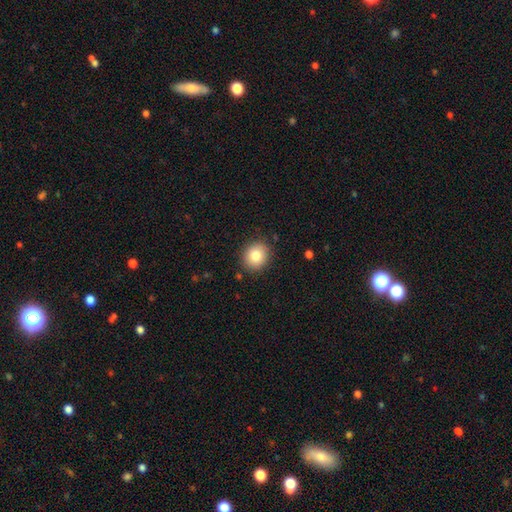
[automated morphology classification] Smooth or featured?
  - smooth: 82% *
  - star or artifact: 9%
  - featured or disk: 9%
How rounded?
  - round: 76% *
  - in between: 23%
  - cigar-shaped: 1%
Merging?
  - none: 88% *
  - minor disturbance: 8%
  - major disturbance: 2%
  - merger: 1%